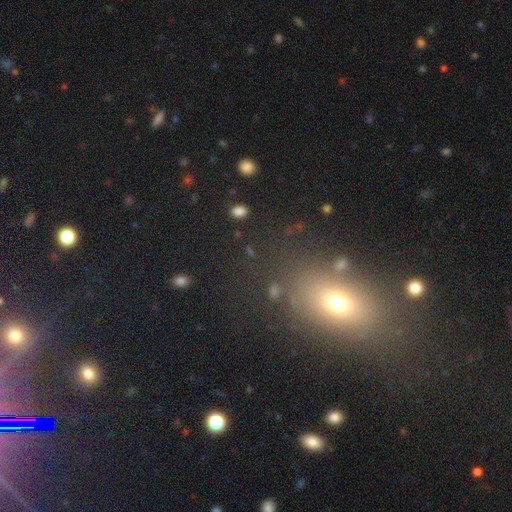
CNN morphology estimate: Smooth or featured? Predicted: smooth (p=0.54). How rounded? Predicted: in between (p=0.67). Merging? Predicted: none (p=0.81).